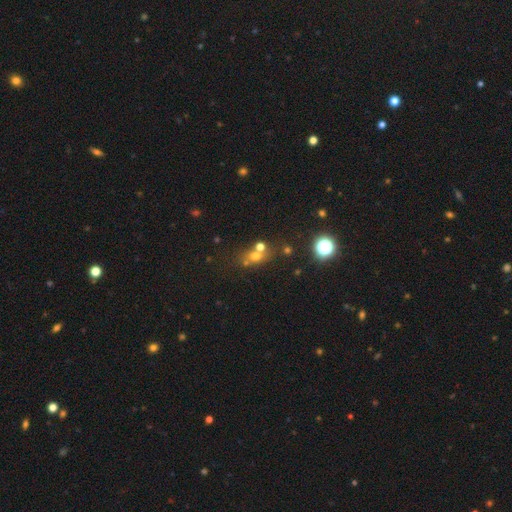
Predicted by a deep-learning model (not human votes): Overall: smooth (53%; star or artifact 30%). How rounded: round (63%; in between 34%). Merging: none (50%; merger 35%).